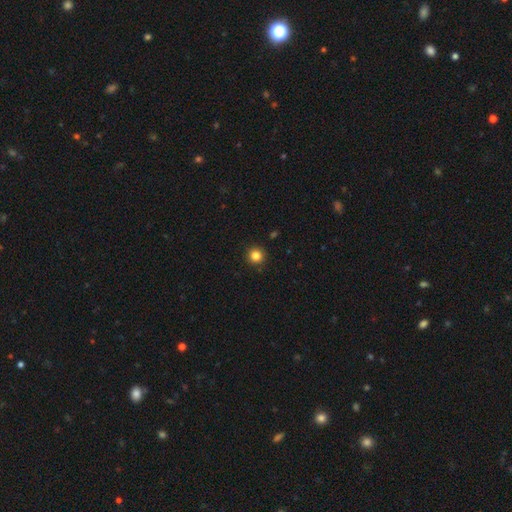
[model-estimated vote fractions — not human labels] smooth_or_featured: smooth (p=0.84) [alt: star or artifact p=0.12]
how_rounded: round (p=0.95) [alt: in between p=0.04]
merging: none (p=0.92) [alt: minor disturbance p=0.05]